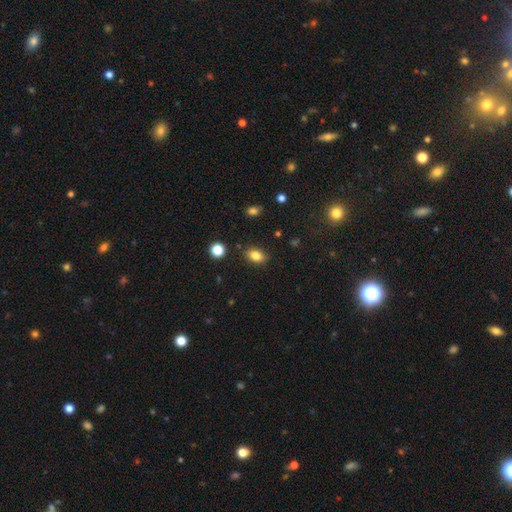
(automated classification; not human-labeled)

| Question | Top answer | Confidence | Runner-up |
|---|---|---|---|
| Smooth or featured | smooth | 82% | star or artifact (10%) |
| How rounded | in between | 82% | round (16%) |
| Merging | none | 85% | minor disturbance (11%) |